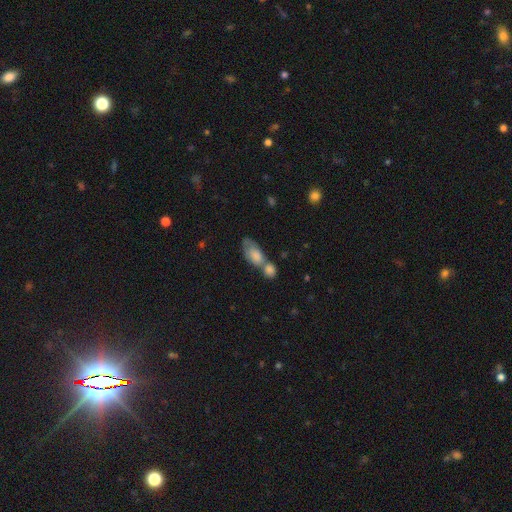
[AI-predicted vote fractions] Morphology: type=smooth (67%); roundness=in between (80%); merging=merger (54%).